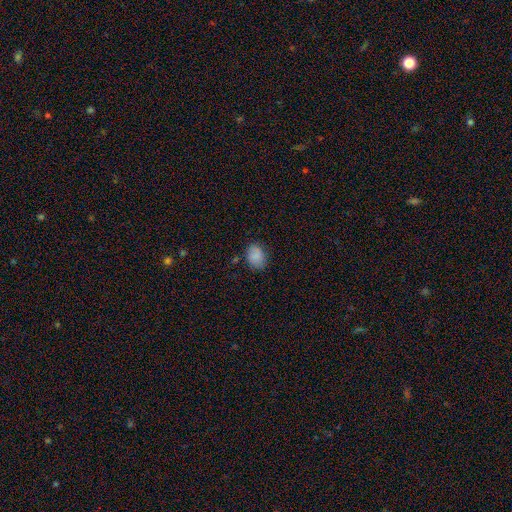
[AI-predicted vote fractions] A smooth galaxy with no disk features (86%) that is in between round and cigar-shaped (69%).

Vote fractions:
- Smooth or featured? smooth: 86% / star or artifact: 9% / featured or disk: 5%
- How rounded? in between: 69% / round: 30% / cigar-shaped: 1%
- Merging? none: 79% / minor disturbance: 16% / major disturbance: 3% / merger: 2%